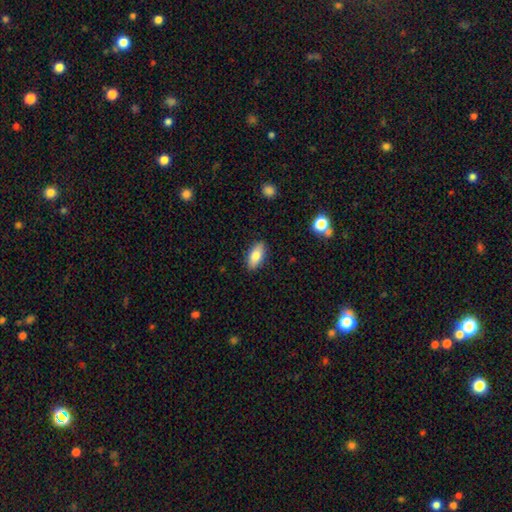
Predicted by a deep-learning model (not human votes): The model was most divided on "smooth or featured": smooth: 83%, featured or disk: 10%, star or artifact: 7%. More confident: how rounded — in between (88%); merging — none (87%).